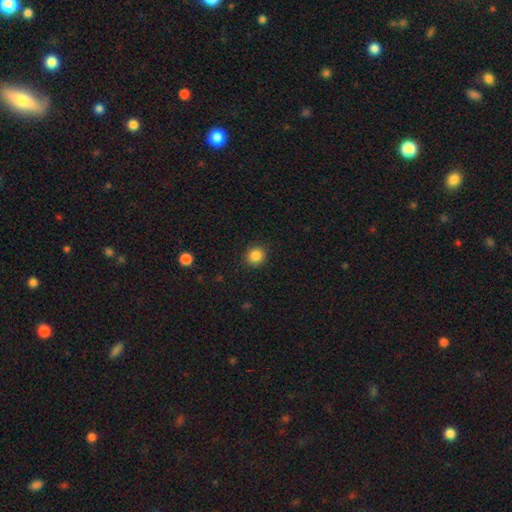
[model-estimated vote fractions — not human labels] Smooth or featured? Predicted: smooth (p=0.86). How rounded? Predicted: round (p=0.89). Merging? Predicted: none (p=0.91).